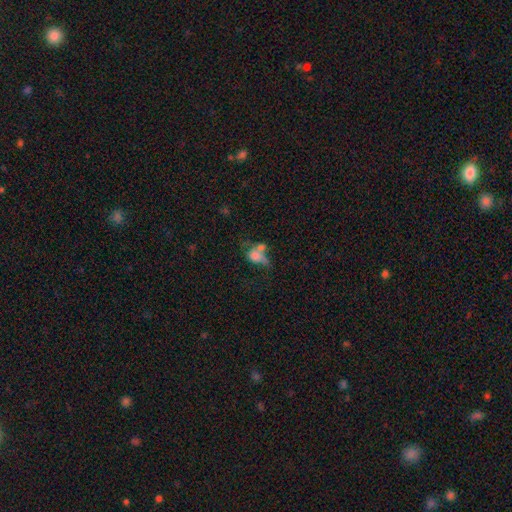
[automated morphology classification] Smooth or featured?
  - smooth: 64% *
  - featured or disk: 25%
  - star or artifact: 12%
How rounded?
  - in between: 66% *
  - round: 31%
  - cigar-shaped: 3%
Merging?
  - merger: 45% *
  - major disturbance: 23%
  - none: 18%
  - minor disturbance: 14%